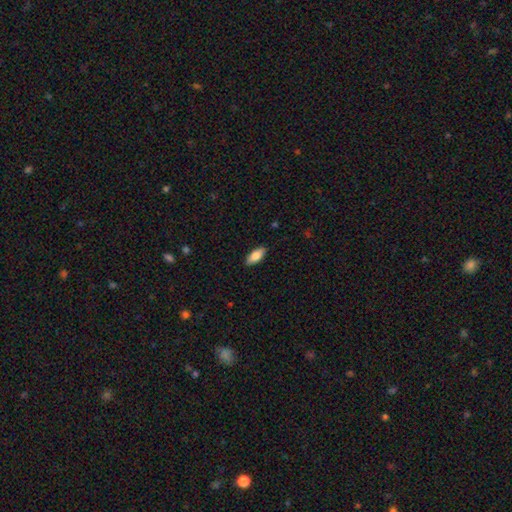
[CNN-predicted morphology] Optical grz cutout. It shows a smooth galaxy with no disk features (83%) that is in between round and cigar-shaped (84%). Merging: none (89%).